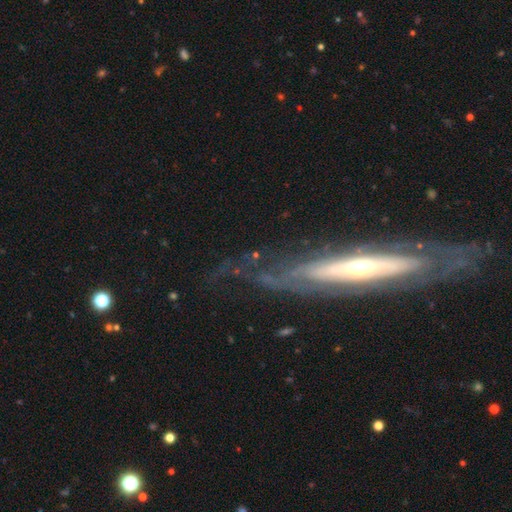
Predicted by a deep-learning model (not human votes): Smooth or featured? featured or disk (63%)
Edge-on disk? no (60%)
Merging? none (51%)